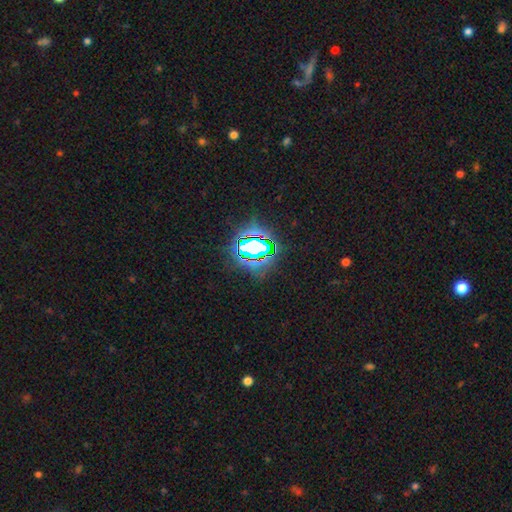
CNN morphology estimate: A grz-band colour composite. It shows a star or artifact, not a galaxy (79%).